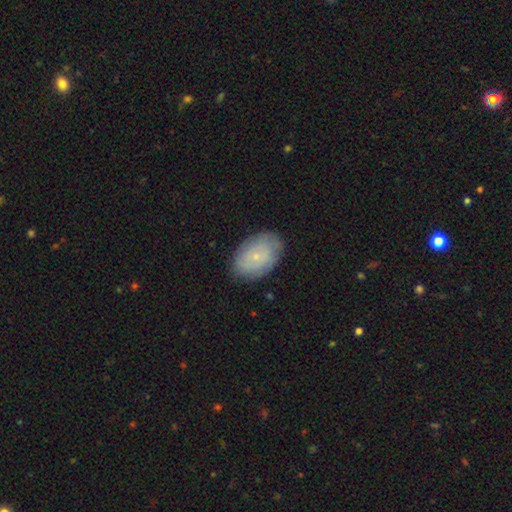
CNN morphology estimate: A smooth galaxy with no disk features (57%) that is in between round and cigar-shaped (87%). Merging: none (82%).